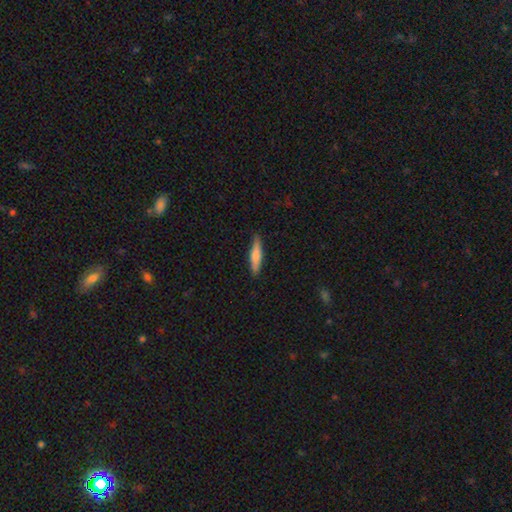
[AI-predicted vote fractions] smooth_or_featured: smooth (p=0.68) [alt: featured or disk p=0.26]
how_rounded: cigar-shaped (p=0.84) [alt: in between p=0.14]
merging: none (p=0.87) [alt: minor disturbance p=0.10]